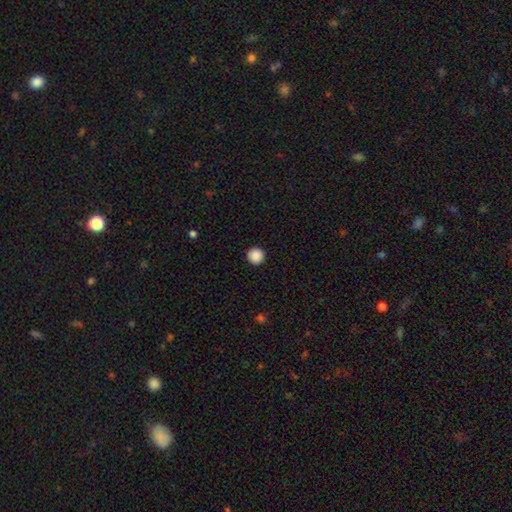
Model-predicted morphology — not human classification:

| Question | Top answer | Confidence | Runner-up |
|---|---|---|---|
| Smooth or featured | smooth | 88% | star or artifact (9%) |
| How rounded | round | 96% | in between (3%) |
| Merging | none | 93% | minor disturbance (4%) |